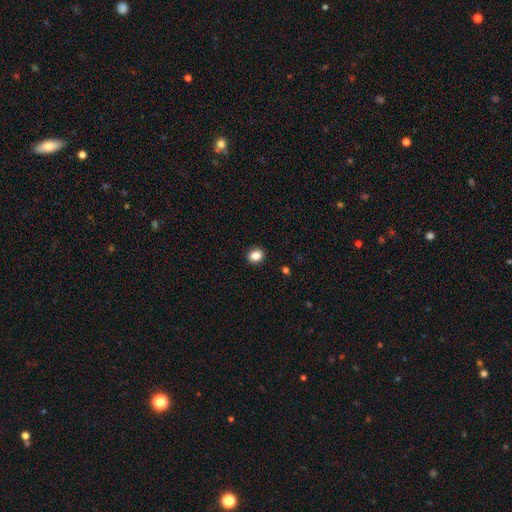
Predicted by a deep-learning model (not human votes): A smooth galaxy with no disk features (86%) that is round (54%).

Vote fractions:
- Smooth or featured? smooth: 86% / star or artifact: 10% / featured or disk: 4%
- How rounded? round: 54% / in between: 45% / cigar-shaped: 1%
- Merging? none: 91% / minor disturbance: 6% / major disturbance: 2% / merger: 1%